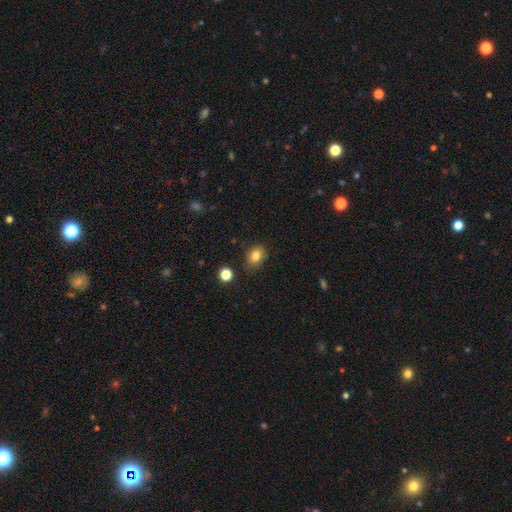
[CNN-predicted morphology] This is clearly a smooth galaxy (82%). How rounded: possibly in between (55%). Merging: likely none (79%).